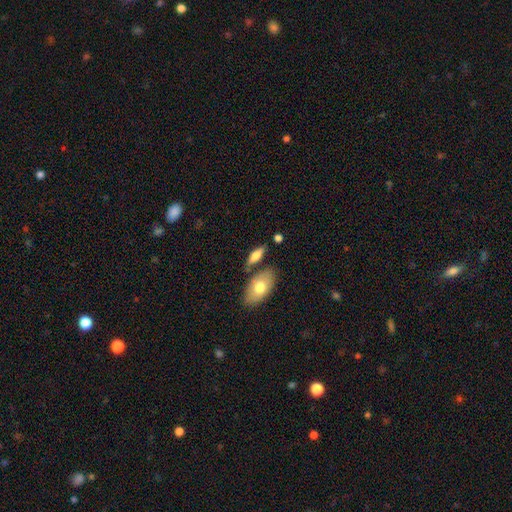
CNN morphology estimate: The model was most divided on "smooth or featured": smooth: 68%, featured or disk: 25%, star or artifact: 6%. More confident: how rounded — in between (71%); merging — none (67%).